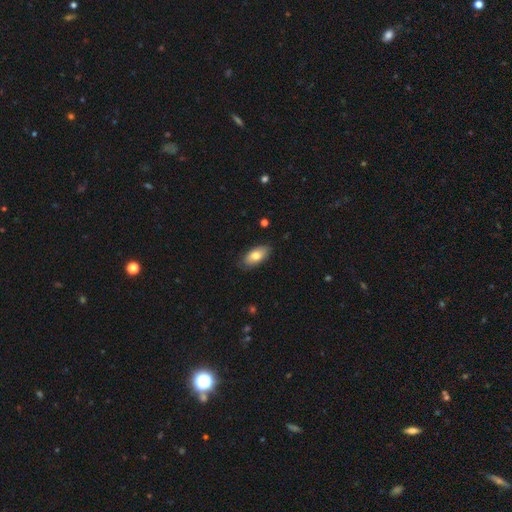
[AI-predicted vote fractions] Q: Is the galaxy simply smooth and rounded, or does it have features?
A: smooth — 77%.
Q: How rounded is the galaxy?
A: in between — 91%.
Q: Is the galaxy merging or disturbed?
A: none — 84%.